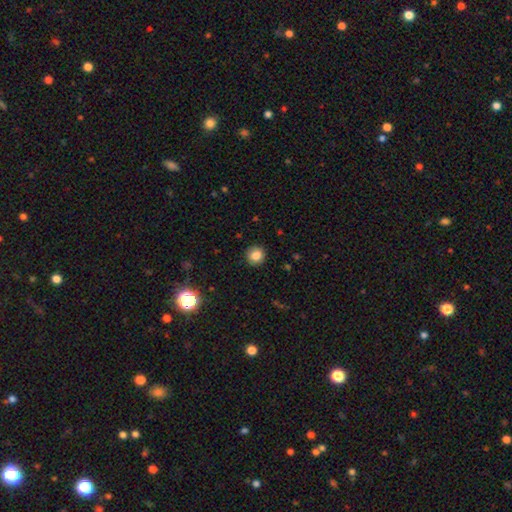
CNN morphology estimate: The model was most divided on "smooth or featured": smooth: 83%, star or artifact: 11%, featured or disk: 6%. More confident: how rounded — round (92%); merging — none (91%).